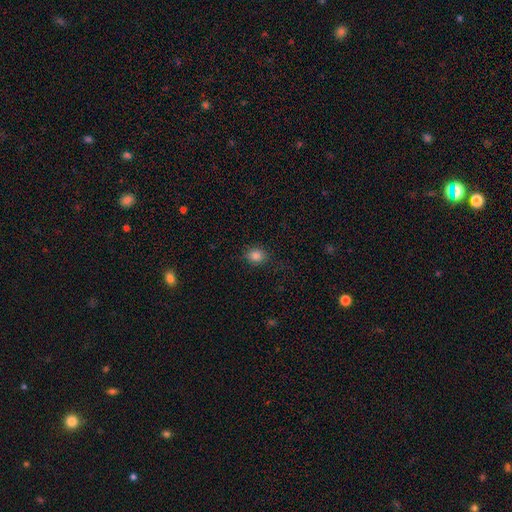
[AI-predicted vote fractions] Smooth or featured? smooth (84%)
How rounded? round (61%)
Merging? none (82%)